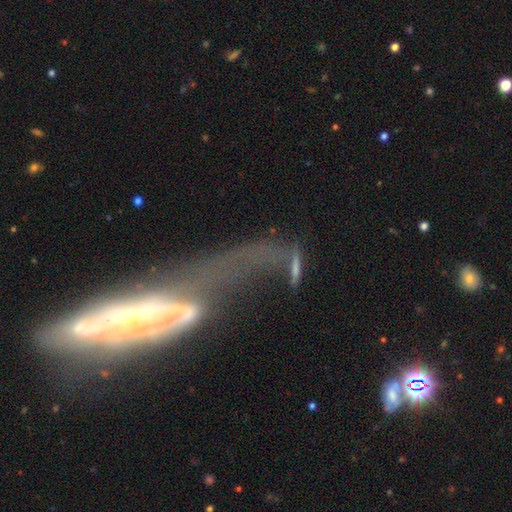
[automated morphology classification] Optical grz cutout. It shows a featured or disk galaxy (70%). Merging: major disturbance (45%).